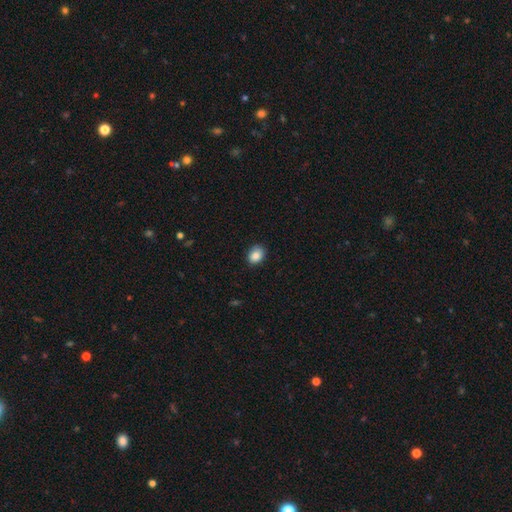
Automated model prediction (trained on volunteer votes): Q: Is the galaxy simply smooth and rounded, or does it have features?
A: smooth — 86%.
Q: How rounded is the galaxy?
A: in between — 58%.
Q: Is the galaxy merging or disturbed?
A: none — 84%.